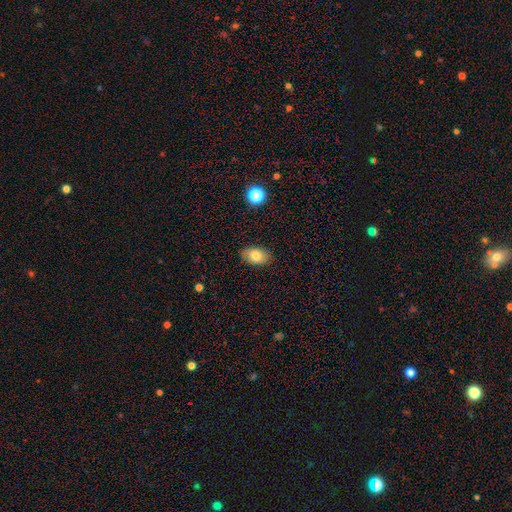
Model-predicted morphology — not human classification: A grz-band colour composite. It shows a smooth galaxy with no disk features (80%) that is in between round and cigar-shaped (89%). Merging: none (86%).